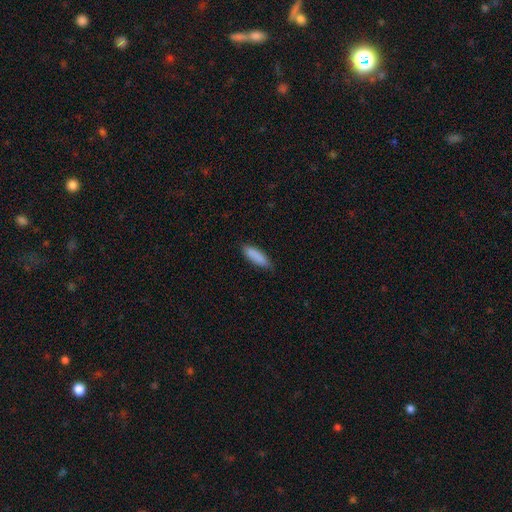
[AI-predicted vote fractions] Q: Smooth or featured?
A: smooth (88%); runner-up: star or artifact (6%)
Q: How rounded?
A: cigar-shaped (49%); tied with: in between (49%)
Q: Merging?
A: none (82%); runner-up: minor disturbance (14%)